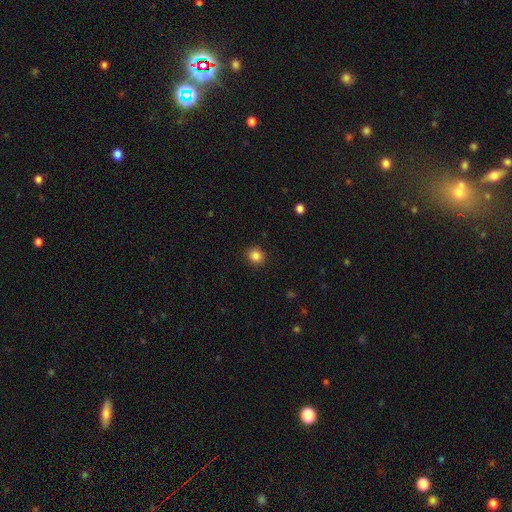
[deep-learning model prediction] This appears to be a smooth galaxy with no disk features (85%) that is round (84%). Merging: none (91%).